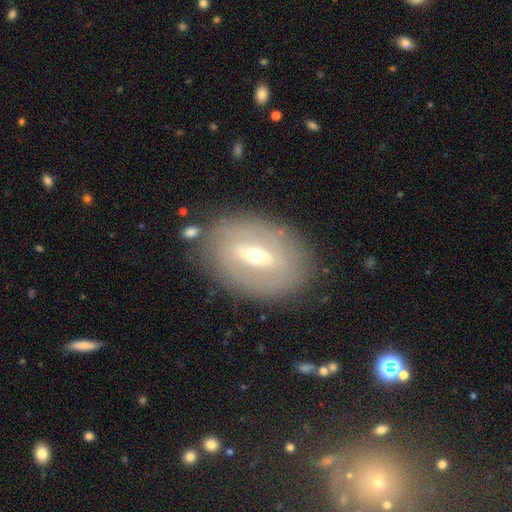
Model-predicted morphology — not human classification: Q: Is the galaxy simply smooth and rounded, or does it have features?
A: featured or disk — 71%.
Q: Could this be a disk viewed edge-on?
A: no — 88%.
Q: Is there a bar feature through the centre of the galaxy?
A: strong — 47%.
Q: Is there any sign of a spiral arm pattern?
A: no — 65%.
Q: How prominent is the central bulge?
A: moderate — 51%.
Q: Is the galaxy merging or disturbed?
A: none — 80%.